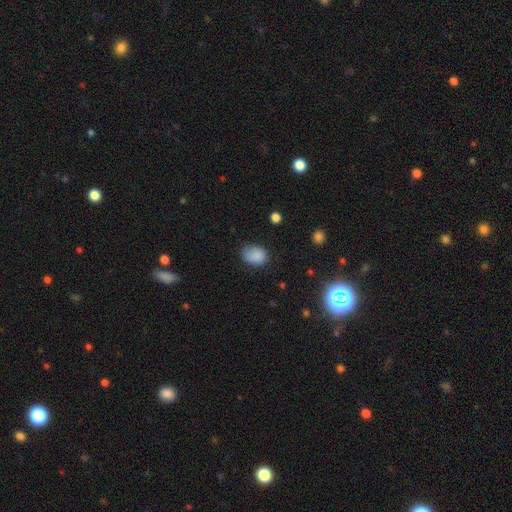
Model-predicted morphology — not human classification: A smooth galaxy with no disk features (85%) that is in between round and cigar-shaped (69%).

Vote fractions:
- Smooth or featured? smooth: 85% / star or artifact: 10% / featured or disk: 5%
- How rounded? in between: 69% / round: 30% / cigar-shaped: 1%
- Merging? none: 63% / minor disturbance: 28% / major disturbance: 7% / merger: 2%